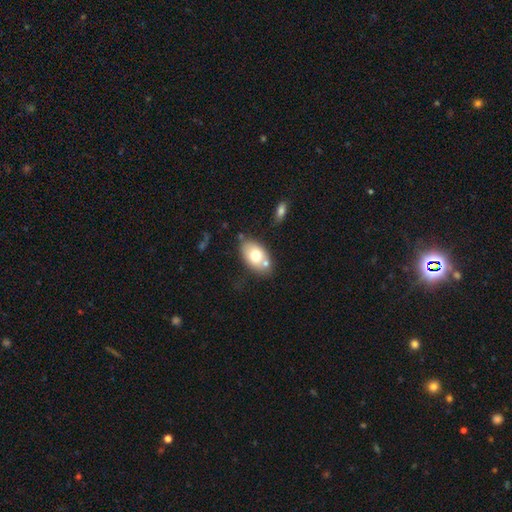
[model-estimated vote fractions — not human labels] This appears to be a smooth galaxy with no disk features (69%) that is in between round and cigar-shaped (89%). Merging: none (65%).